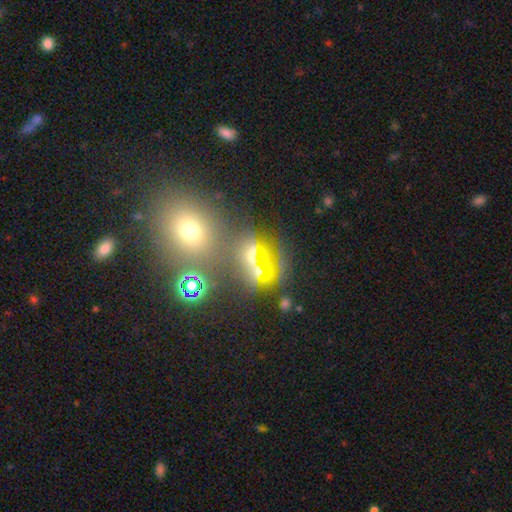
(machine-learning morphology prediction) This appears to be a star or artifact, not a galaxy (49%).